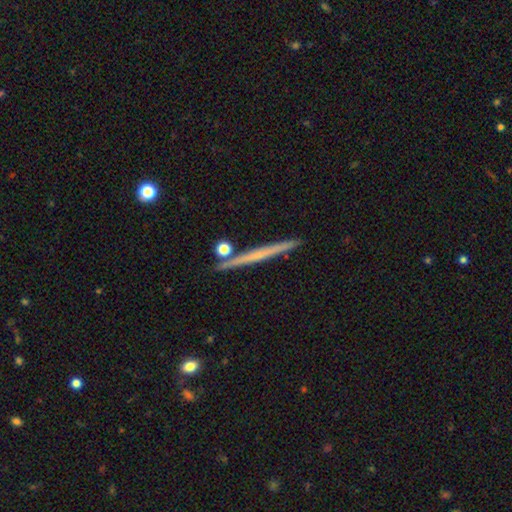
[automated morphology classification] This is possibly a featured or disk galaxy (56%). It is clearly viewed edge-on (98%). Edge-on bulge: clearly none (81%). Merging: clearly none (90%).